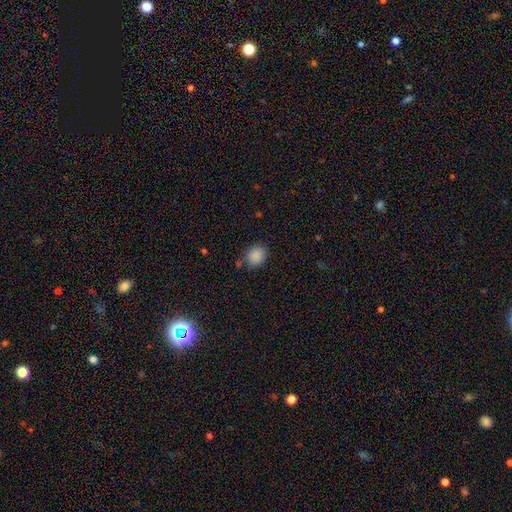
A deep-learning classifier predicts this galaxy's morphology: This is clearly a smooth galaxy (88%). How rounded: likely round (61%). Merging: likely none (77%).